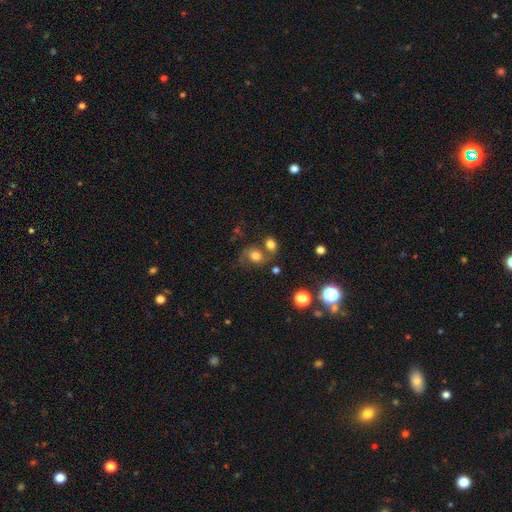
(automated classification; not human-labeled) smooth-or-featured: smooth: 57% | featured or disk: 29% | star or artifact: 15%
  how-rounded: round: 59% | in between: 40% | cigar-shaped: 1%
  merging: none: 43% | merger: 34% | minor disturbance: 14% | major disturbance: 9%